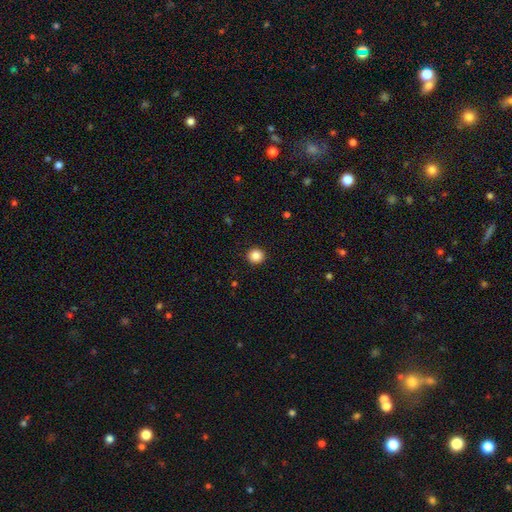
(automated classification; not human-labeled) A smooth galaxy with no disk features (86%) that is round (94%). Merging: none (93%).